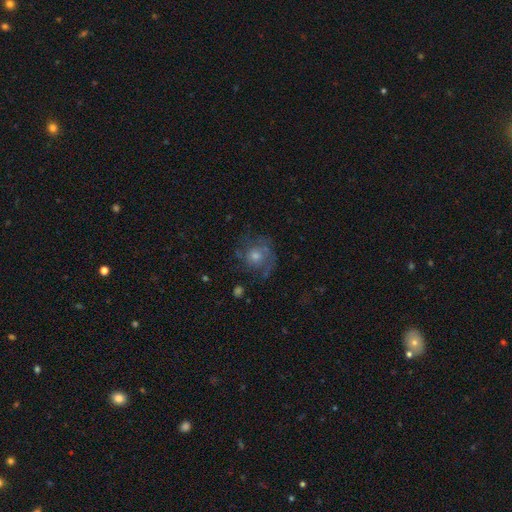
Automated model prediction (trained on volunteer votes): A featured or disk galaxy (62%) with no bar (81%), spiral arms (83%) and a moderate central bulge (53%).

Vote fractions:
- Smooth or featured? featured or disk: 62% / smooth: 24% / star or artifact: 14%
- Edge-on disk? no: 97% / yes: 3%
- Bar? no: 81% / weak: 16% / strong: 3%
- Spiral arms? yes: 83% / no: 17%
- Bulge size? moderate: 53% / small: 36% / large: 6% / none: 3% / dominant: 1%
- Merging? none: 67% / minor disturbance: 17% / major disturbance: 14% / merger: 2%